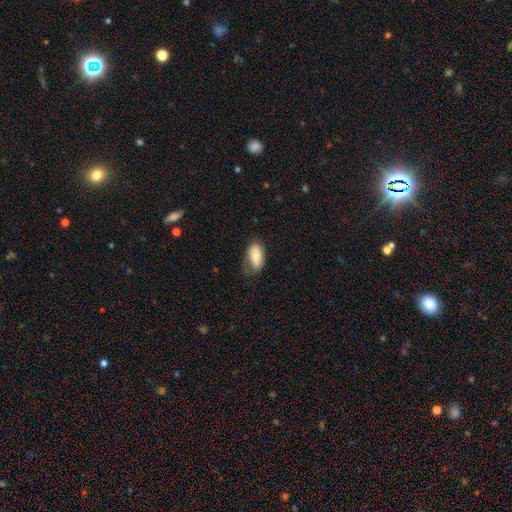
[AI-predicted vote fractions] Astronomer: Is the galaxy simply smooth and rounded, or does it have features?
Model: smooth — 76%.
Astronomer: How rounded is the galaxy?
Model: in between — 93%.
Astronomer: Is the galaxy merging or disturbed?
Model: none — 46% (runner-up: minor disturbance, 35%).